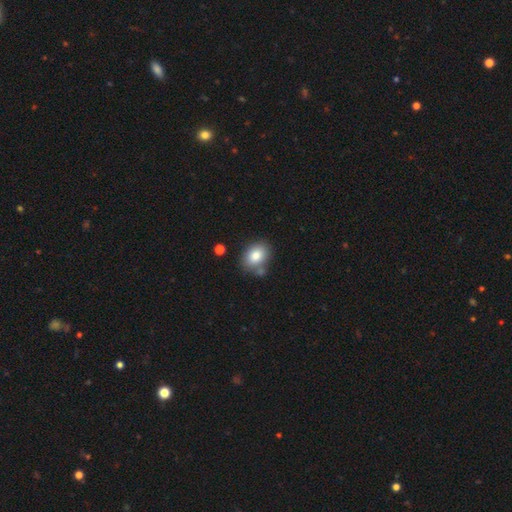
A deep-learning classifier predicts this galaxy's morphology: Smooth or featured: smooth — 82% (featured or disk — 9%)
How rounded: in between — 69% (round — 30%)
Merging: none — 71% (minor disturbance — 15%)